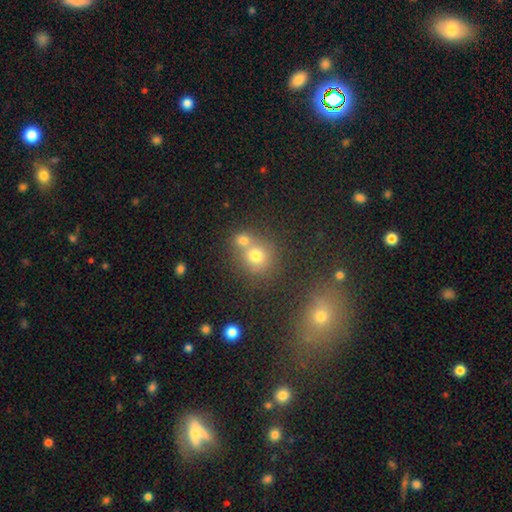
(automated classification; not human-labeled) Smooth or featured? smooth (72%)
How rounded? round (83%)
Merging? none (46%)